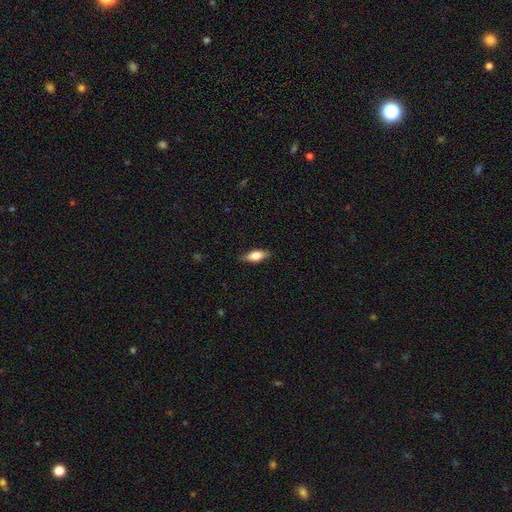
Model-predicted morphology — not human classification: smooth 70%, featured or disk 23%, star or artifact 7%. Down the decision tree: how rounded — in between (73%); merging — none (85%).